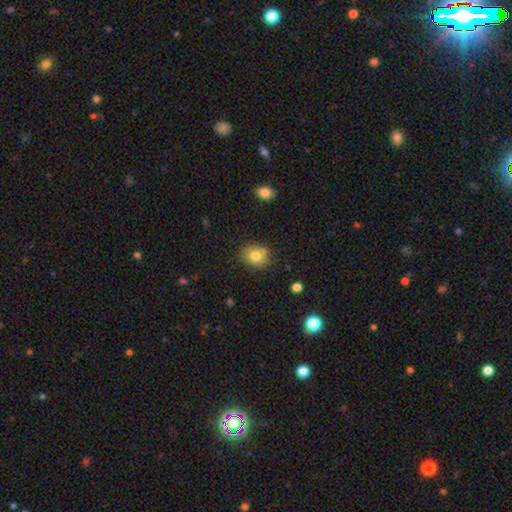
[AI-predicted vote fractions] smooth_or_featured: smooth (p=0.77) [alt: featured or disk p=0.12]
how_rounded: round (p=0.61) [alt: in between p=0.38]
merging: none (p=0.72) [alt: minor disturbance p=0.16]